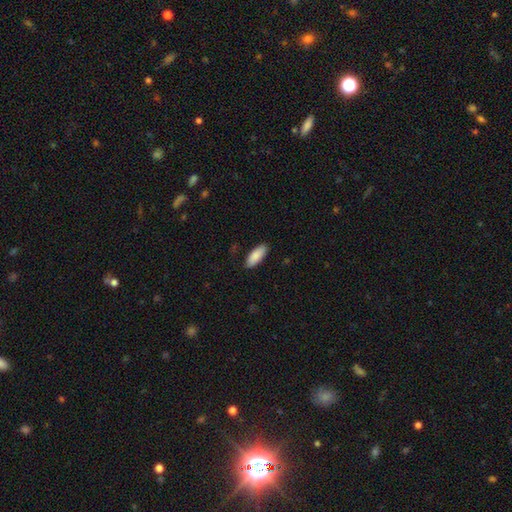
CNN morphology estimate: smooth_or_featured: smooth (p=0.88) [alt: featured or disk p=0.06]
how_rounded: in between (p=0.80) [alt: cigar-shaped p=0.18]
merging: none (p=0.88) [alt: minor disturbance p=0.09]